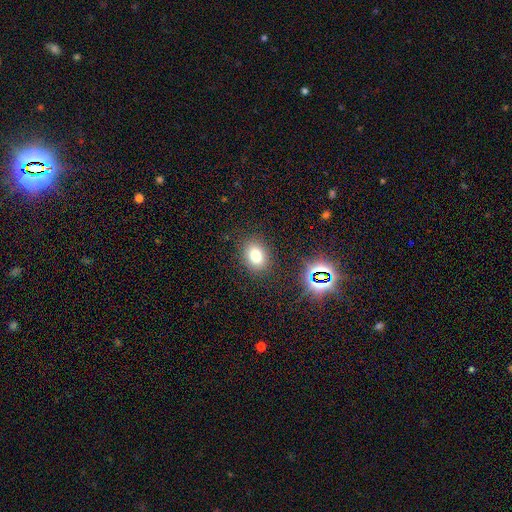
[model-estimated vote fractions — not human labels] Smooth or featured? Predicted: smooth (p=0.76). How rounded? Predicted: in between (p=0.58). Merging? Predicted: none (p=0.86).